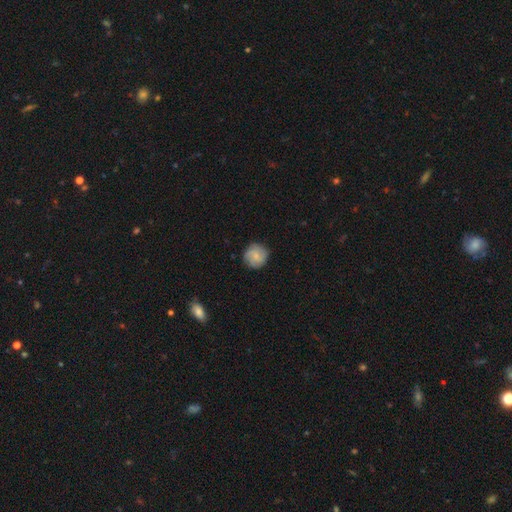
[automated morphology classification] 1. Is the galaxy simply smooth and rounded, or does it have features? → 55% smooth, 37% featured or disk, 7% star or artifact.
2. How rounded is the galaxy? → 91% round, 7% in between, 1% cigar-shaped.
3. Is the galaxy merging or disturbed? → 84% none, 12% minor disturbance, 3% major disturbance, 1% merger.